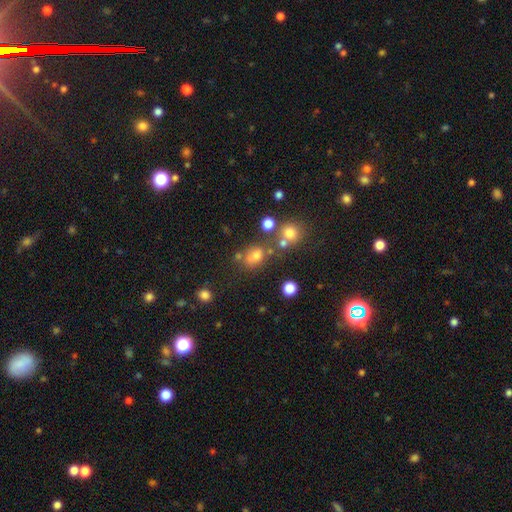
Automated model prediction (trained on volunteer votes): Overall: smooth (66%). How rounded: round (52%; in between 47%). Merging: none (58%; merger 19%).